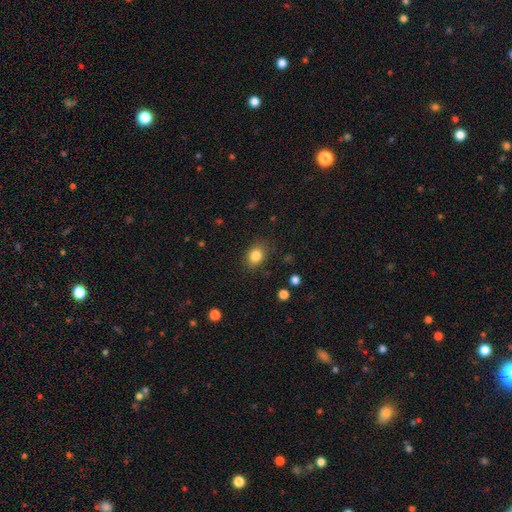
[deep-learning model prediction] Q: Smooth or featured?
A: smooth (84%); runner-up: star or artifact (10%)
Q: How rounded?
A: in between (56%); runner-up: round (43%)
Q: Merging?
A: none (82%); runner-up: minor disturbance (13%)